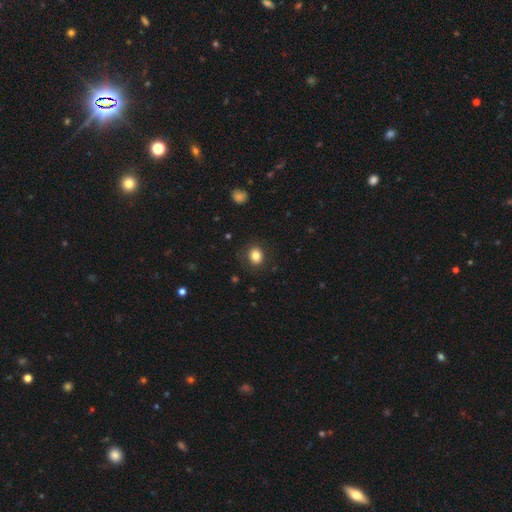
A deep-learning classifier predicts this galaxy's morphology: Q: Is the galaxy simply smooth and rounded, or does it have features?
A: smooth — 83%.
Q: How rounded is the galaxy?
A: round — 63%.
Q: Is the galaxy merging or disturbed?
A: none — 85%.